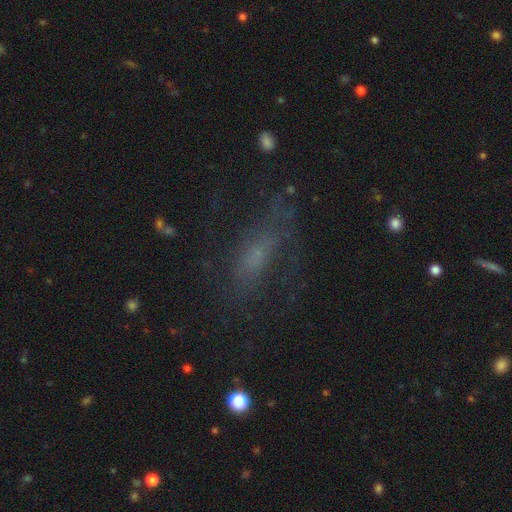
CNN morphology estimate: smooth-or-featured: featured or disk: 41% | smooth: 39% | star or artifact: 20%
  merging: none: 54% | major disturbance: 23% | minor disturbance: 20% | merger: 3%